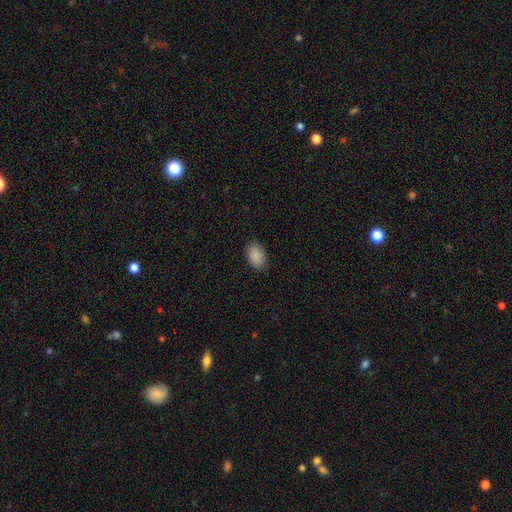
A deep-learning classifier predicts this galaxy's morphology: The model was most divided on "merging": none: 87%, minor disturbance: 10%, major disturbance: 2%, merger: 1%. More confident: smooth or featured — smooth (89%); how rounded — in between (89%).